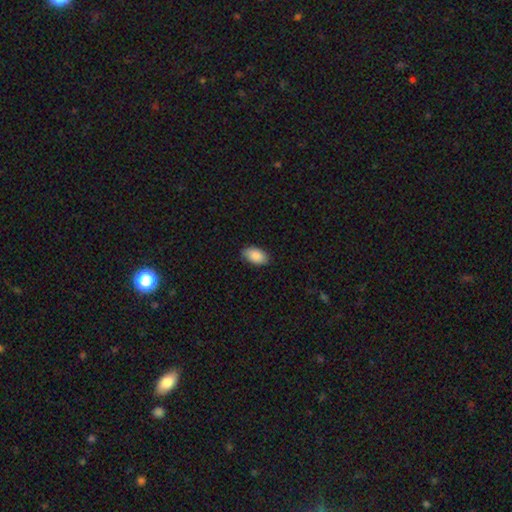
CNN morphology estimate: smooth-or-featured: smooth: 89% | star or artifact: 6% | featured or disk: 4%
  how-rounded: in between: 94% | round: 4% | cigar-shaped: 2%
  merging: none: 85% | minor disturbance: 12% | major disturbance: 2% | merger: 1%